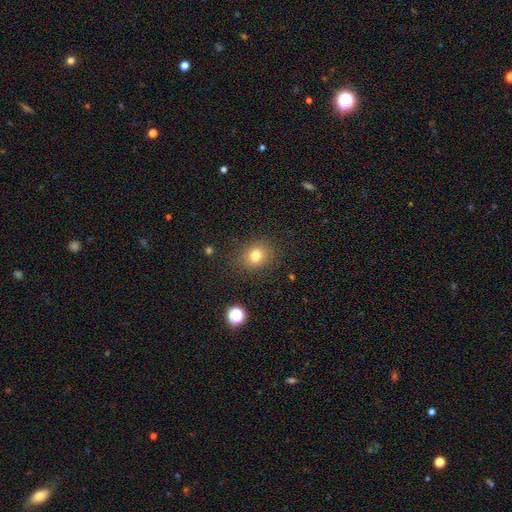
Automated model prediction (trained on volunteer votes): Smooth or featured?
  - smooth: 77% *
  - star or artifact: 14%
  - featured or disk: 9%
How rounded?
  - round: 64% *
  - in between: 35%
  - cigar-shaped: 1%
Merging?
  - none: 83% *
  - minor disturbance: 11%
  - major disturbance: 4%
  - merger: 2%